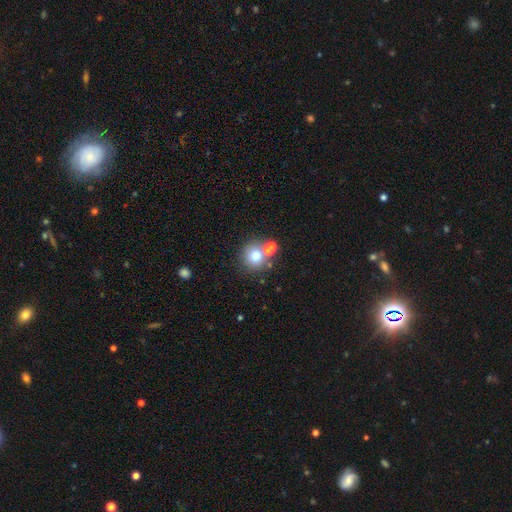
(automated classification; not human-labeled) smooth-or-featured: smooth: 73% | star or artifact: 13% | featured or disk: 13%
  how-rounded: round: 87% | in between: 12% | cigar-shaped: 1%
  merging: none: 61% | merger: 25% | minor disturbance: 10% | major disturbance: 5%